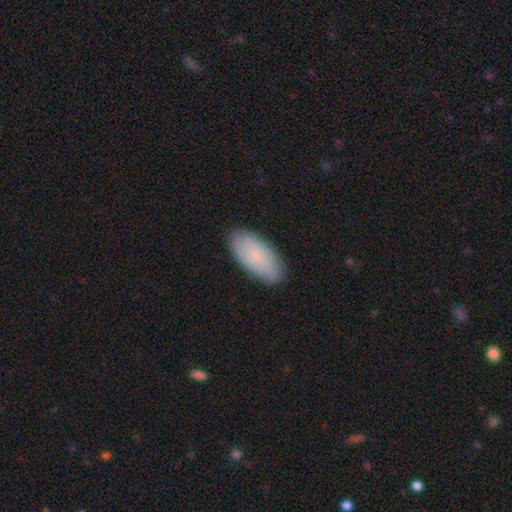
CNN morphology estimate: A smooth galaxy with no disk features (76%) that is in between round and cigar-shaped (92%).

Vote fractions:
- Smooth or featured? smooth: 76% / featured or disk: 17% / star or artifact: 7%
- How rounded? in between: 92% / cigar-shaped: 6% / round: 2%
- Merging? none: 86% / minor disturbance: 11% / major disturbance: 2% / merger: 1%